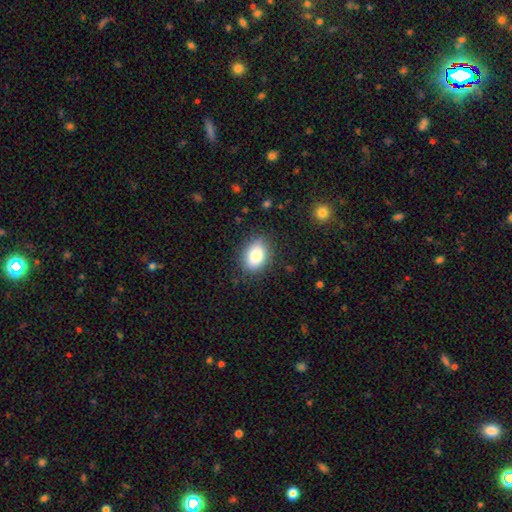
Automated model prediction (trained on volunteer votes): This appears to be a smooth galaxy with no disk features (83%) that is in between round and cigar-shaped (77%). Merging: none (83%).